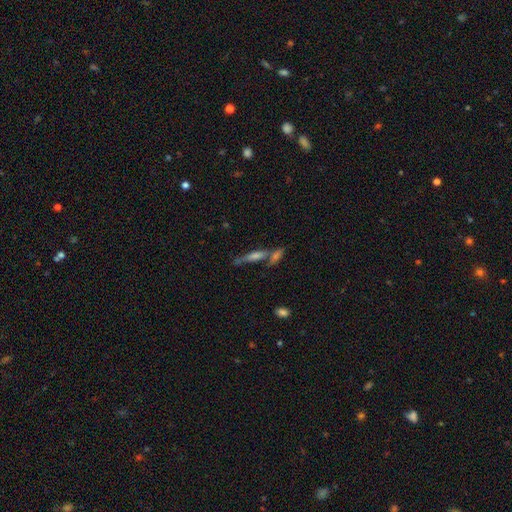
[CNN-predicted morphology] A featured or disk galaxy (50%). Merging: none (50%).